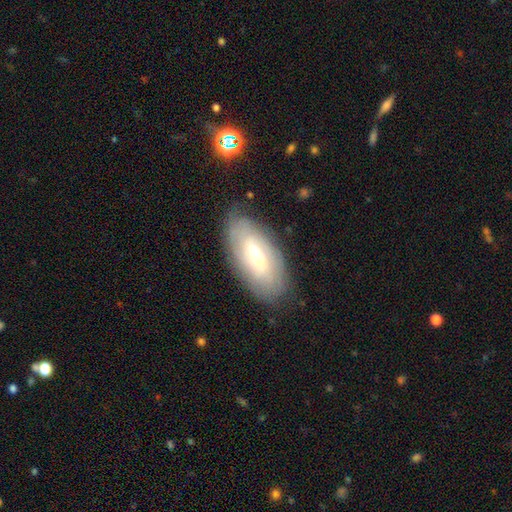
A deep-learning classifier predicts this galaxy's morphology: The model was most divided on "smooth or featured": featured or disk: 58%, smooth: 35%, star or artifact: 7%. More confident: edge-on disk — no (86%); merging — none (80%).